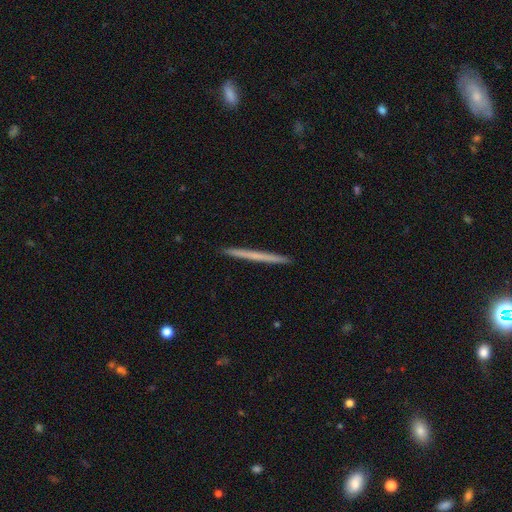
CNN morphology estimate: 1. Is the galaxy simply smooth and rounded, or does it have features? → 52% smooth, 42% featured or disk, 5% star or artifact.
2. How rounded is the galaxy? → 97% cigar-shaped, 1% in between, 1% round.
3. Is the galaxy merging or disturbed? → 93% none, 4% minor disturbance, 1% major disturbance, 1% merger.